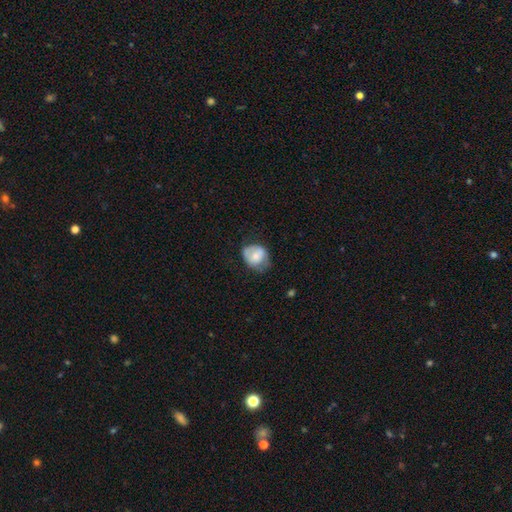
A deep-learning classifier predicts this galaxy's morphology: The model was most divided on "merging": none: 47%, minor disturbance: 34%, major disturbance: 17%, merger: 2%. More confident: smooth or featured — smooth (61%); how rounded — round (58%).